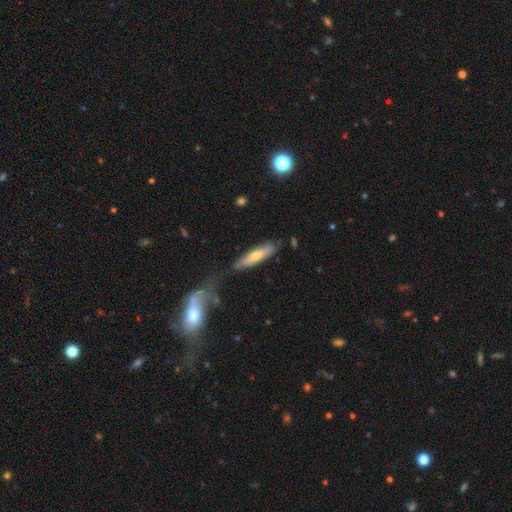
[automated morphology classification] smooth_or_featured: smooth (p=0.56) [alt: featured or disk p=0.39]
how_rounded: cigar-shaped (p=0.79) [alt: in between p=0.19]
merging: none (p=0.69) [alt: minor disturbance p=0.19]